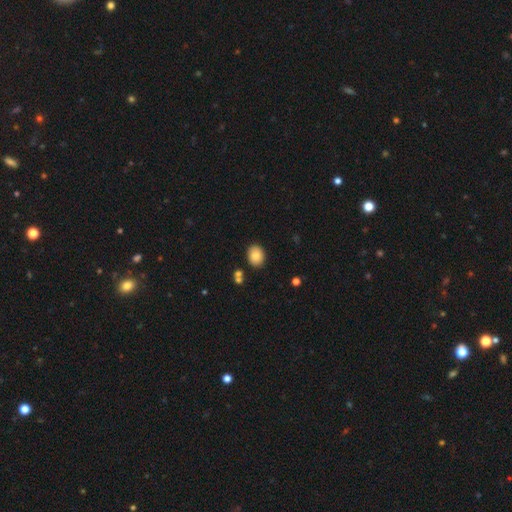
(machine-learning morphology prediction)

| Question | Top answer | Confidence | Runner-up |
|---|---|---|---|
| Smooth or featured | smooth | 85% | star or artifact (8%) |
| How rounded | in between | 57% | round (42%) |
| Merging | none | 85% | minor disturbance (9%) |